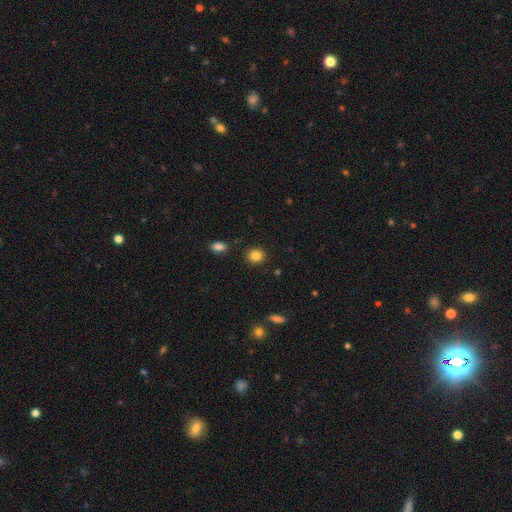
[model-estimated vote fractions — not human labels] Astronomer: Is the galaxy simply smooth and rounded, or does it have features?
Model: smooth — 84%.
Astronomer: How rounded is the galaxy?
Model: round — 82%.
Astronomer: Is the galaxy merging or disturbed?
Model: none — 89%.